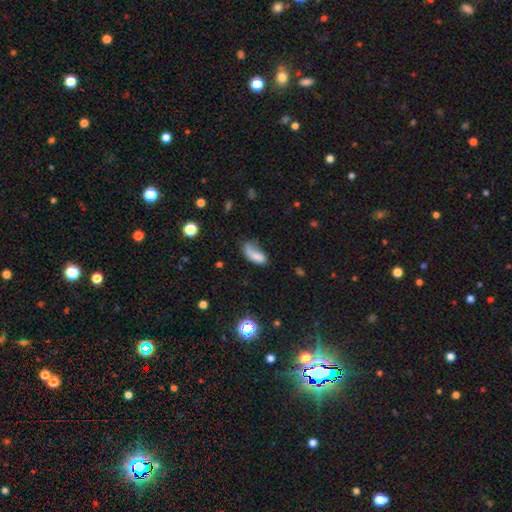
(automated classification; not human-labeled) A smooth galaxy with no disk features (71%) that is in between round and cigar-shaped (85%). Merging: none (32%).